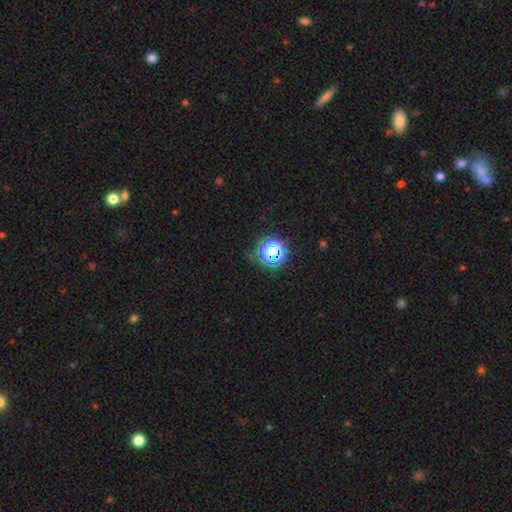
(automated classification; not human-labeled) Q: Smooth or featured?
A: star or artifact (68%); runner-up: smooth (26%)